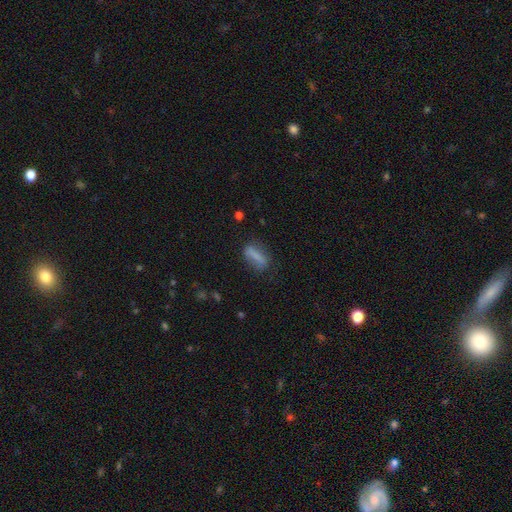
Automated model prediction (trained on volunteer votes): This appears to be a smooth galaxy with no disk features (71%) that is in between round and cigar-shaped (47%, tied with cigar-shaped). Merging: none (73%).